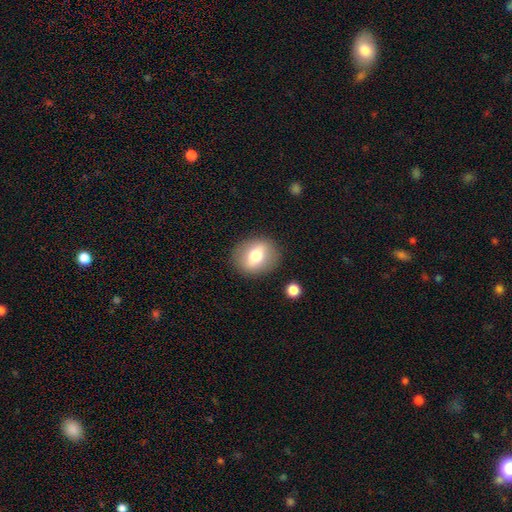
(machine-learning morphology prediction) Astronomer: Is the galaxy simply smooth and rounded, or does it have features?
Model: smooth — 64%.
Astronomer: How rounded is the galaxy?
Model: round — 52% (runner-up: in between, 46%).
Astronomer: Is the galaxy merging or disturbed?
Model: none — 87%.